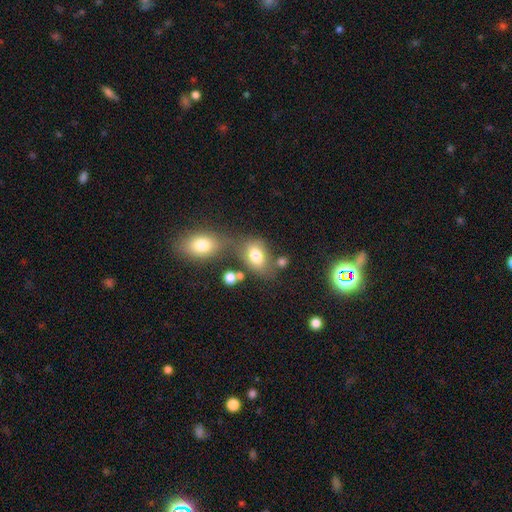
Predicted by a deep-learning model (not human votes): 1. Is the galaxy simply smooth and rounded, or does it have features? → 77% smooth, 12% featured or disk, 11% star or artifact.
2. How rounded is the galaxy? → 78% in between, 20% round, 2% cigar-shaped.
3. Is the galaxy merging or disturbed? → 47% none, 30% merger, 15% minor disturbance, 8% major disturbance.